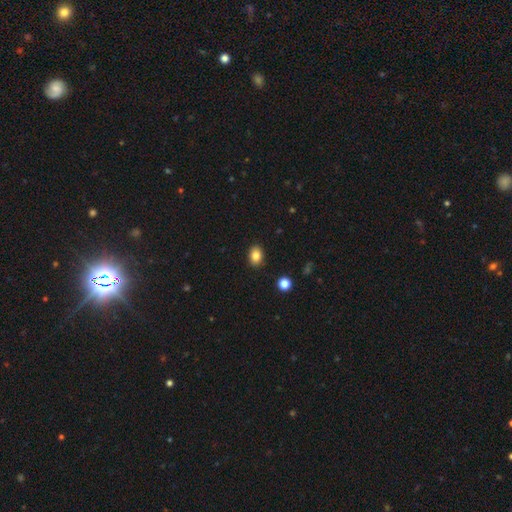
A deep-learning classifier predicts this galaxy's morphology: A smooth galaxy with no disk features (84%) that is in between round and cigar-shaped (75%). Merging: none (89%).